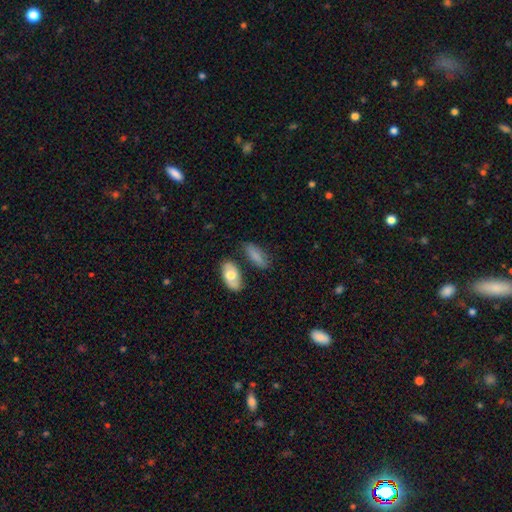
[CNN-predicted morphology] smooth_or_featured: smooth (p=0.77) [alt: featured or disk p=0.15]
how_rounded: in between (p=0.79) [alt: cigar-shaped p=0.17]
merging: none (p=0.66) [alt: minor disturbance p=0.21]